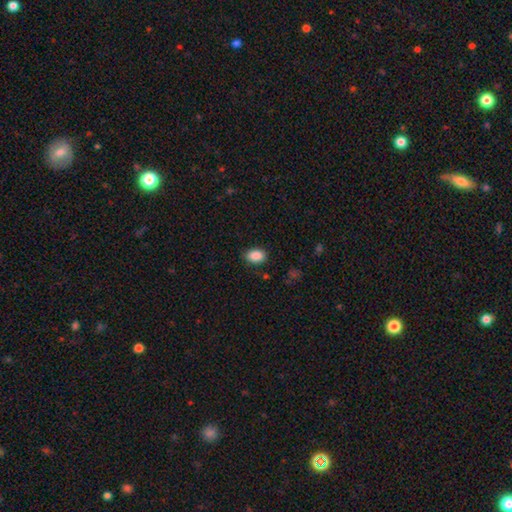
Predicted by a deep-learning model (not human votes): Overall: smooth (89%). How rounded: in between (86%). Merging: none (86%).